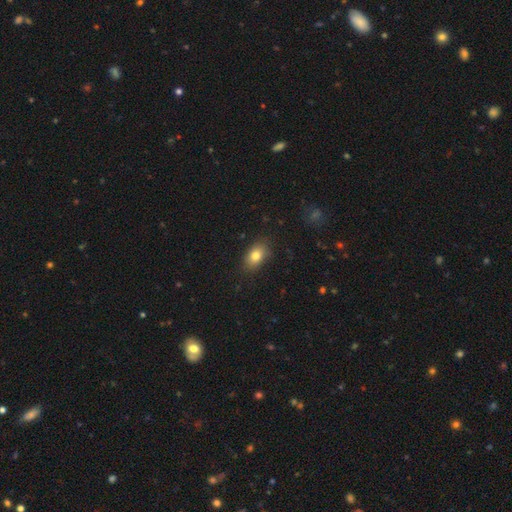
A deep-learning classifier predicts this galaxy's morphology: Smooth or featured?
  - smooth: 81% *
  - featured or disk: 10%
  - star or artifact: 9%
How rounded?
  - in between: 83% *
  - round: 15%
  - cigar-shaped: 2%
Merging?
  - none: 83% *
  - minor disturbance: 13%
  - major disturbance: 3%
  - merger: 1%